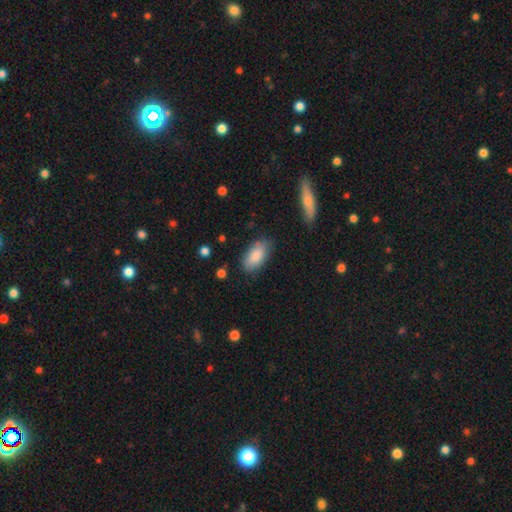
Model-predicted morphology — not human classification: A smooth galaxy with no disk features (85%) that is in between round and cigar-shaped (91%). Merging: none (77%).